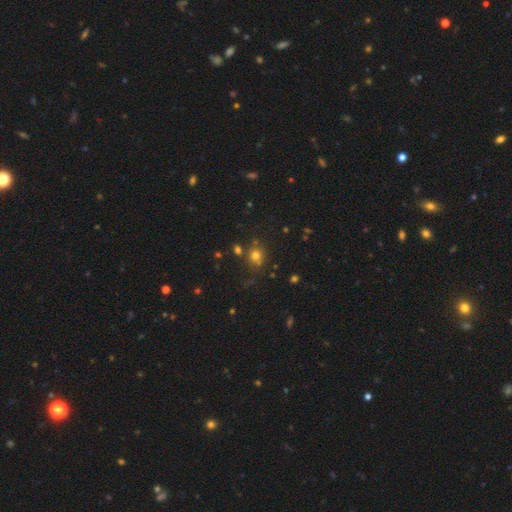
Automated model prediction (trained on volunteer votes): Q: Smooth or featured?
A: smooth (68%); runner-up: star or artifact (23%)
Q: How rounded?
A: round (84%); runner-up: in between (15%)
Q: Merging?
A: none (72%); runner-up: merger (13%)